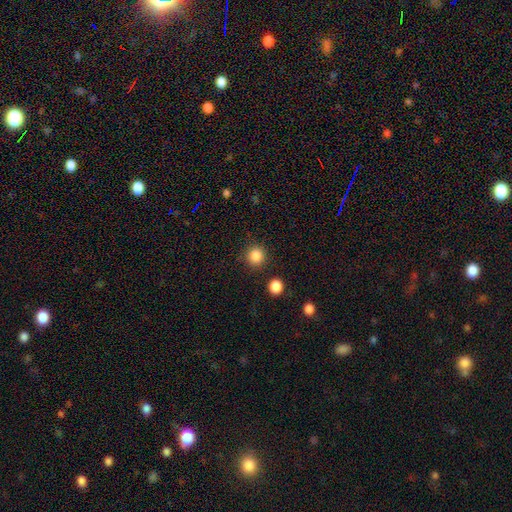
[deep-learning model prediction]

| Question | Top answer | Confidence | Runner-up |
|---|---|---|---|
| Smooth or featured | smooth | 86% | star or artifact (11%) |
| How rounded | round | 92% | in between (7%) |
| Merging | none | 88% | minor disturbance (7%) |